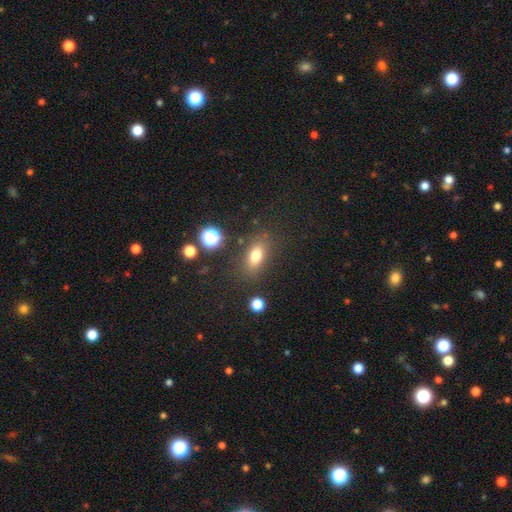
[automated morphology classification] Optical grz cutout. It shows a smooth galaxy with no disk features (75%) that is in between round and cigar-shaped (75%). Merging: none (80%).